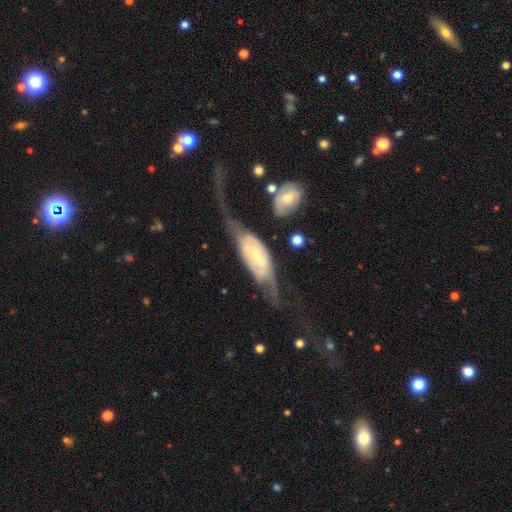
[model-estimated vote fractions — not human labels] A featured or disk galaxy (78%) with a weak bar (41%), spiral arms (80%) and a small central bulge (49%). Merging: major disturbance (51%).